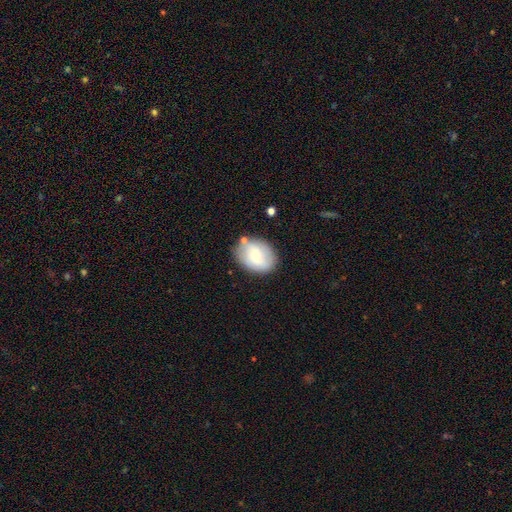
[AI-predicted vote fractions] This is possibly a smooth galaxy (59%). How rounded: likely in between (62%). Merging: likely none (76%).